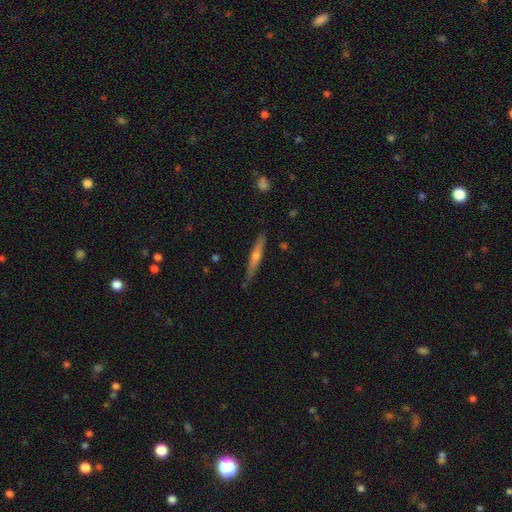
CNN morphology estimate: Smooth or featured? featured or disk (65%)
Edge-on disk? yes (96%)
Edge-on bulge? rounded (79%)
Merging? none (87%)